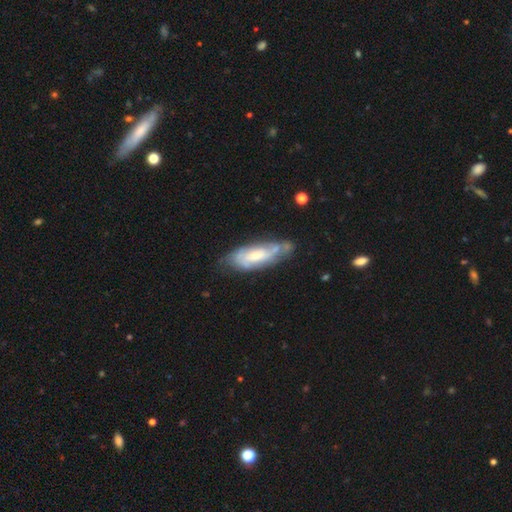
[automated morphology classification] Overall: featured or disk (61%; smooth 33%). Edge-on disk: no (82%). Merging: none (55%; minor disturbance 28%).